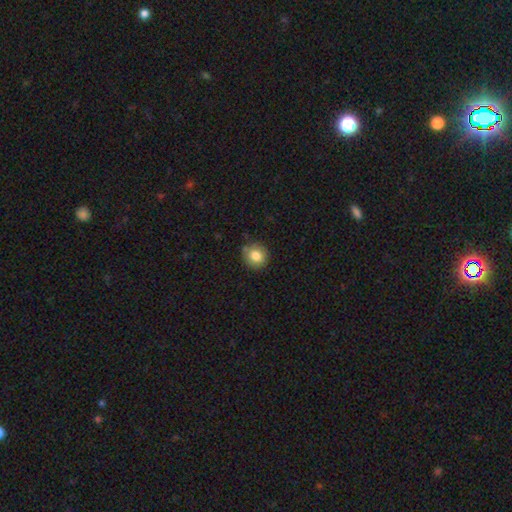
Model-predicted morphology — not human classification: The model was most divided on "merging": none: 79%, minor disturbance: 16%, major disturbance: 3%, merger: 2%. More confident: how rounded — round (84%); smooth or featured — smooth (82%).